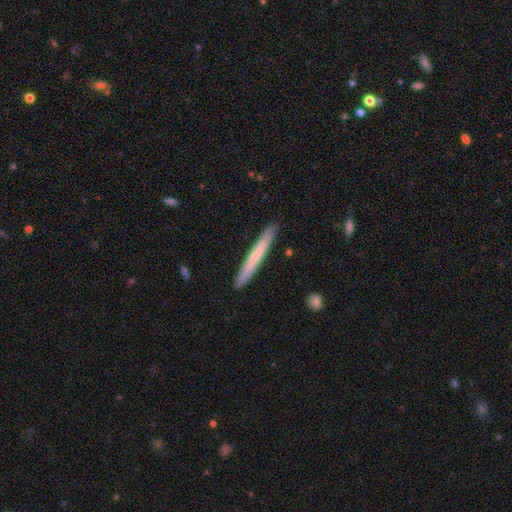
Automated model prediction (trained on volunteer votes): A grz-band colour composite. It shows a smooth galaxy with no disk features (60%) that is cigar-shaped (97%). Merging: none (91%).